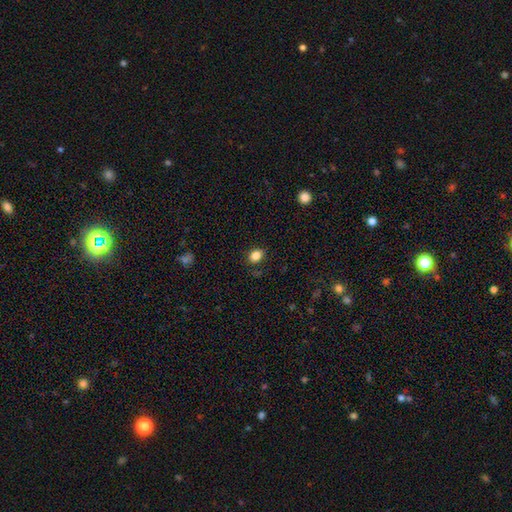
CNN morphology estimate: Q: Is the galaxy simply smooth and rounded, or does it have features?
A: smooth — 85%.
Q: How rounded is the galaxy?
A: in between — 71%.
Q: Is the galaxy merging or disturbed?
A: none — 83%.